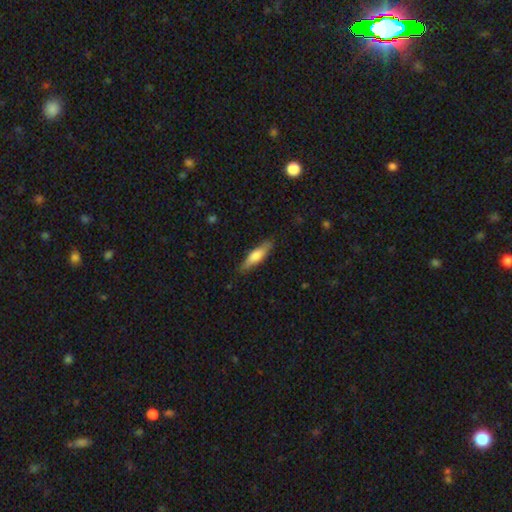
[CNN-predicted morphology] A smooth galaxy with no disk features (69%) that is cigar-shaped (65%). Merging: none (83%).